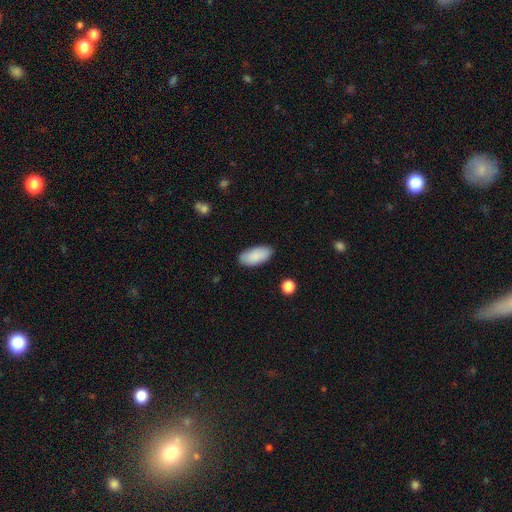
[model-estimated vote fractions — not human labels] smooth-or-featured: smooth: 88% | featured or disk: 6% | star or artifact: 6%
  how-rounded: in between: 92% | cigar-shaped: 7% | round: 2%
  merging: none: 85% | minor disturbance: 12% | major disturbance: 2% | merger: 1%